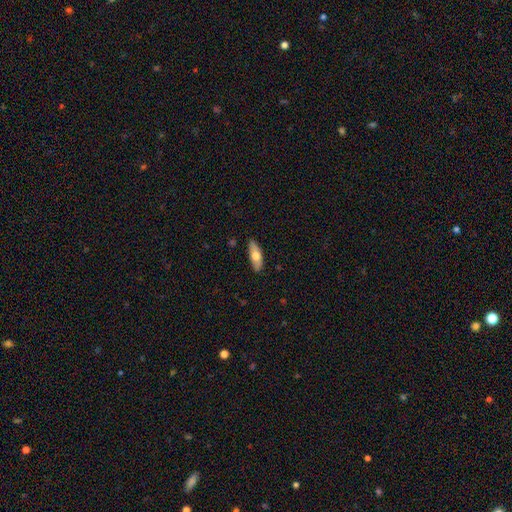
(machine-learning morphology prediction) A smooth galaxy with no disk features (64%) that is in between round and cigar-shaped (67%).

Vote fractions:
- Smooth or featured? smooth: 64% / featured or disk: 31% / star or artifact: 6%
- How rounded? in between: 67% / cigar-shaped: 30% / round: 3%
- Merging? none: 86% / minor disturbance: 11% / major disturbance: 2% / merger: 1%